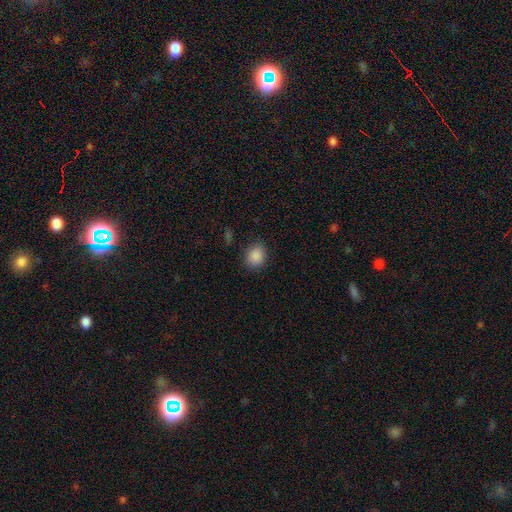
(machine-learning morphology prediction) type=smooth (87%); roundness=round (56%); merging=none (84%).